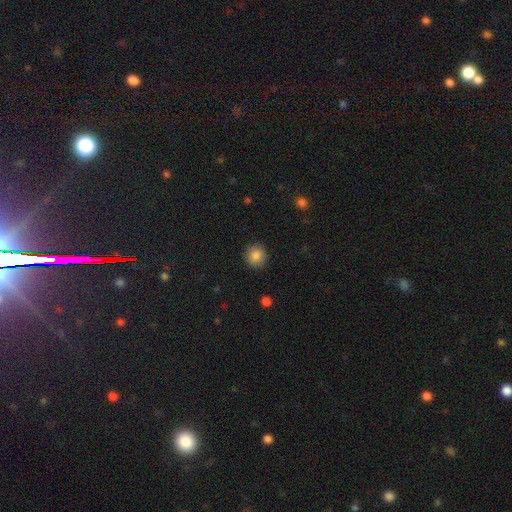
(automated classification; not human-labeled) Smooth or featured? Predicted: smooth (p=0.86). How rounded? Predicted: round (p=0.92). Merging? Predicted: none (p=0.91).